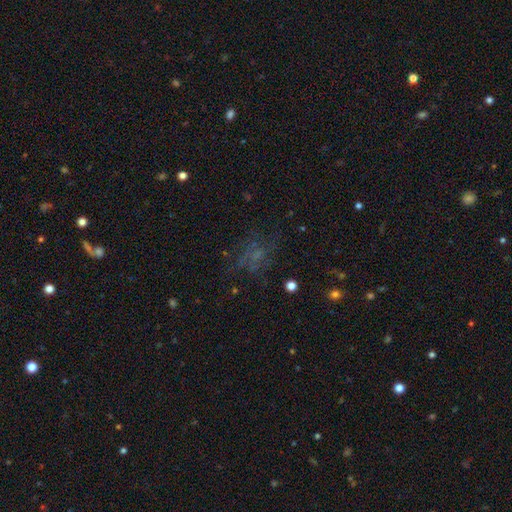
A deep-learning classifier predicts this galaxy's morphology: A featured or disk galaxy (37%). Merging: none (55%).